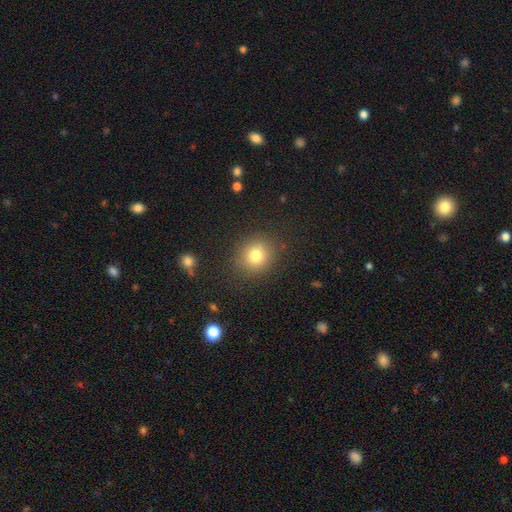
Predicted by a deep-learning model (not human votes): A smooth galaxy with no disk features (79%) that is round (80%).

Vote fractions:
- Smooth or featured? smooth: 79% / star or artifact: 13% / featured or disk: 8%
- How rounded? round: 80% / in between: 19% / cigar-shaped: 1%
- Merging? none: 86% / minor disturbance: 9% / major disturbance: 4% / merger: 2%